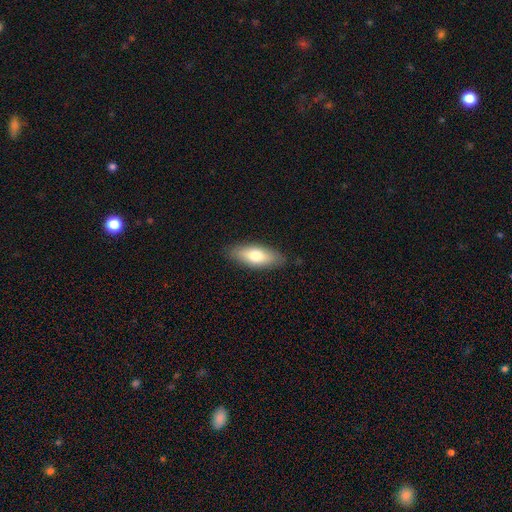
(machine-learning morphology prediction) smooth_or_featured: smooth (p=0.70) [alt: featured or disk p=0.24]
how_rounded: in between (p=0.71) [alt: cigar-shaped p=0.27]
merging: none (p=0.86) [alt: minor disturbance p=0.11]